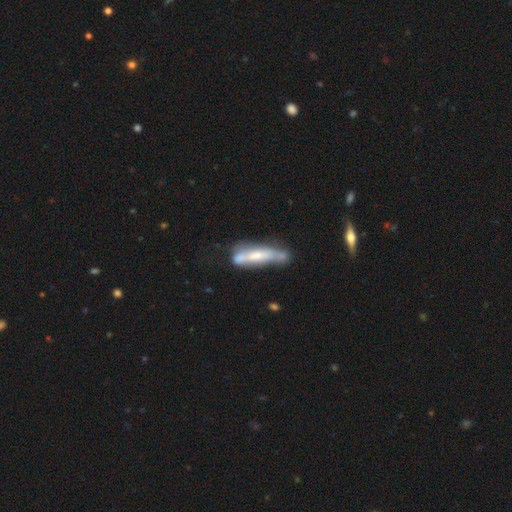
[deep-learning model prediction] Morphology: type=featured or disk (50%); edge-on=yes (52%); merging=none (39%).